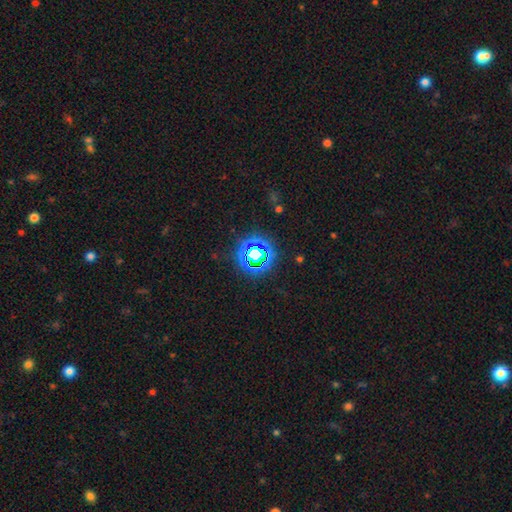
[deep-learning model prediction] Overall: star or artifact (75%).